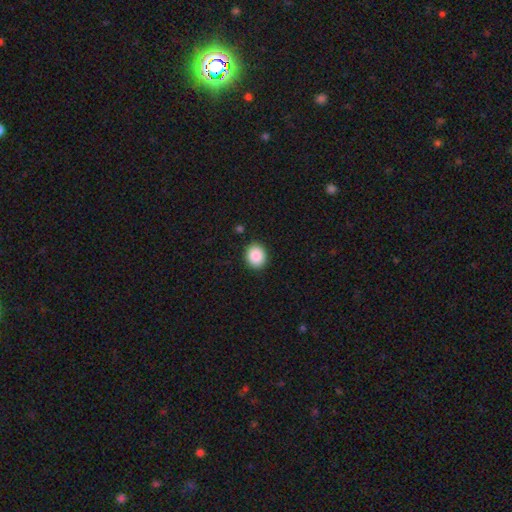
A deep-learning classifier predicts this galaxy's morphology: The model was most divided on "how rounded": round: 63%, in between: 36%, cigar-shaped: 1%. More confident: merging — none (90%); smooth or featured — smooth (87%).